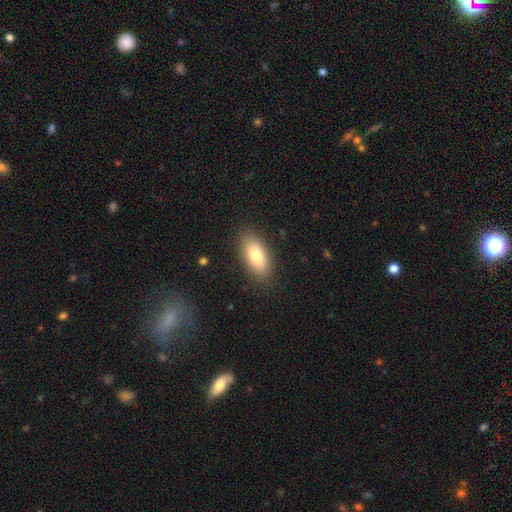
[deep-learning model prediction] The model was most divided on "smooth or featured": smooth: 78%, featured or disk: 15%, star or artifact: 7%. More confident: how rounded — in between (87%); merging — none (87%).